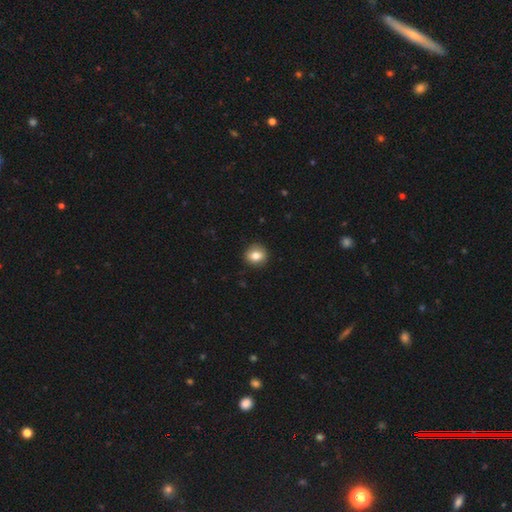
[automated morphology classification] A smooth galaxy with no disk features (81%) that is round (79%). Merging: none (90%).